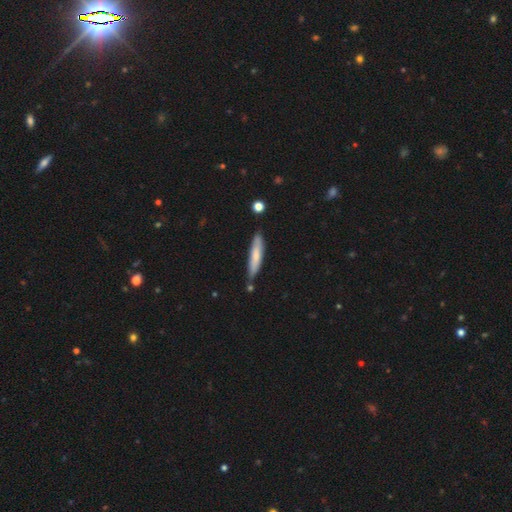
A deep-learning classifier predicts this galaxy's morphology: Smooth or featured? smooth (67%)
How rounded? cigar-shaped (84%)
Merging? none (75%)